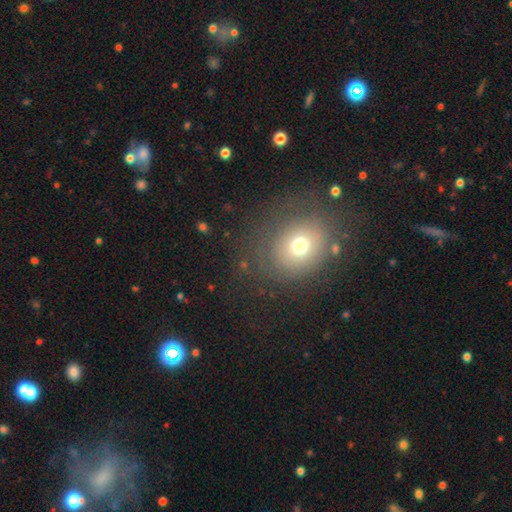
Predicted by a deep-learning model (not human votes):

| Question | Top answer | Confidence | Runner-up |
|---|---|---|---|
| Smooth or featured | smooth | 61% | star or artifact (24%) |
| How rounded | round | 65% | in between (34%) |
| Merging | none | 82% | minor disturbance (10%) |